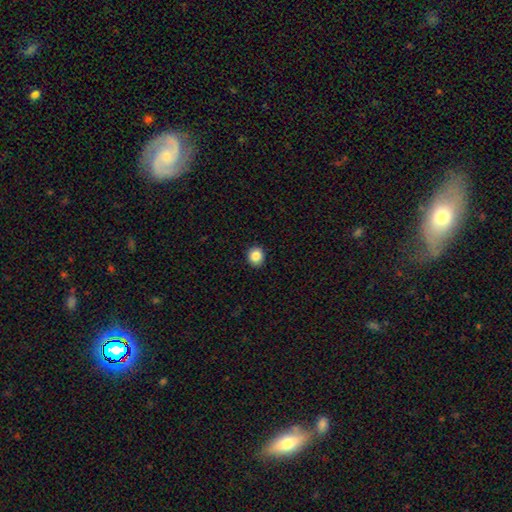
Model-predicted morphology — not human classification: A smooth galaxy with no disk features (86%) that is round (80%).

Vote fractions:
- Smooth or featured? smooth: 86% / star or artifact: 10% / featured or disk: 4%
- How rounded? round: 80% / in between: 19% / cigar-shaped: 1%
- Merging? none: 91% / minor disturbance: 6% / major disturbance: 2% / merger: 1%